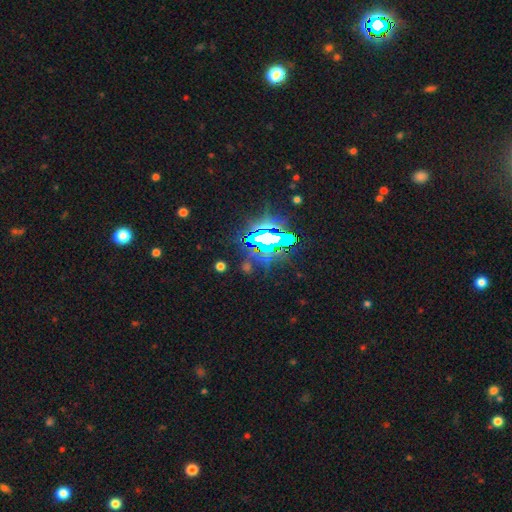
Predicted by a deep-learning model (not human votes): Smooth or featured? Predicted: star or artifact (p=0.82).